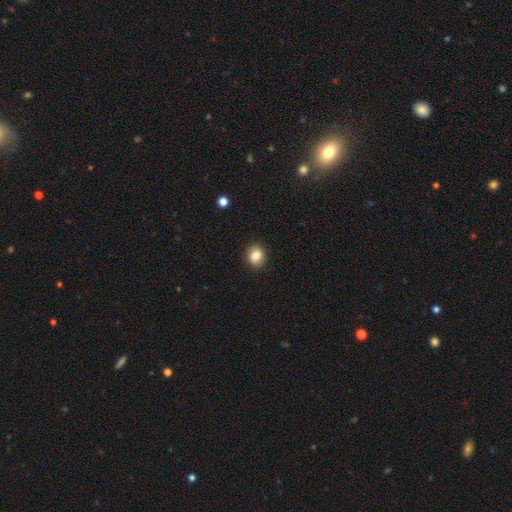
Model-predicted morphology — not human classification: smooth 85%, star or artifact 9%, featured or disk 6%. Down the decision tree: how rounded — round (51%); merging — none (87%).